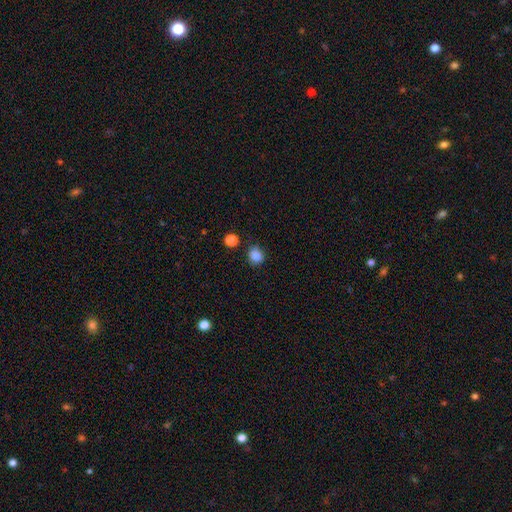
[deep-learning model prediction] smooth 85%, star or artifact 11%, featured or disk 4%. Down the decision tree: how rounded — round (79%); merging — none (80%).